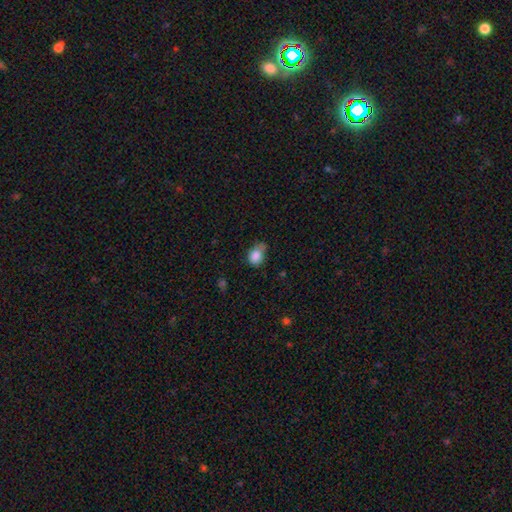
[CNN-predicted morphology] Smooth or featured? Predicted: smooth (p=0.84). How rounded? Predicted: in between (p=0.58). Merging? Predicted: none (p=0.42).